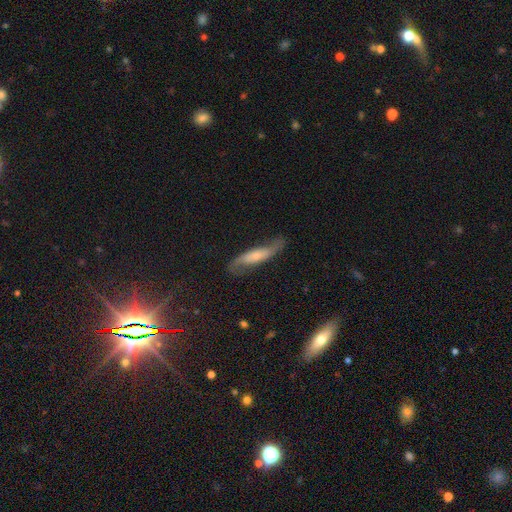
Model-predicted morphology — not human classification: smooth_or_featured: featured or disk (p=0.65) [alt: smooth p=0.28]
disk_edge_on: no (p=0.73) [alt: yes p=0.27]
merging: none (p=0.69) [alt: minor disturbance p=0.20]